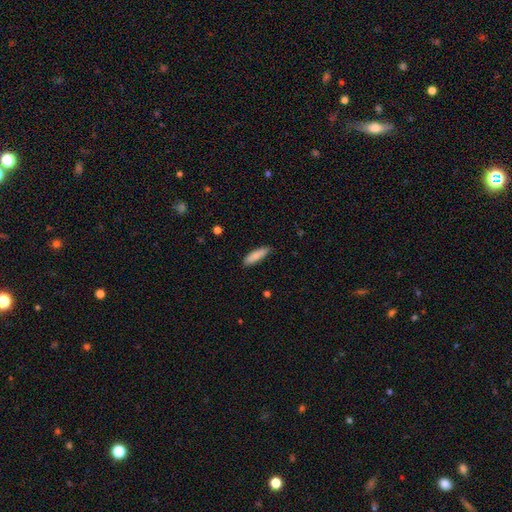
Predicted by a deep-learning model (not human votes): This appears to be a smooth galaxy with no disk features (85%) that is cigar-shaped (60%). Merging: none (82%).